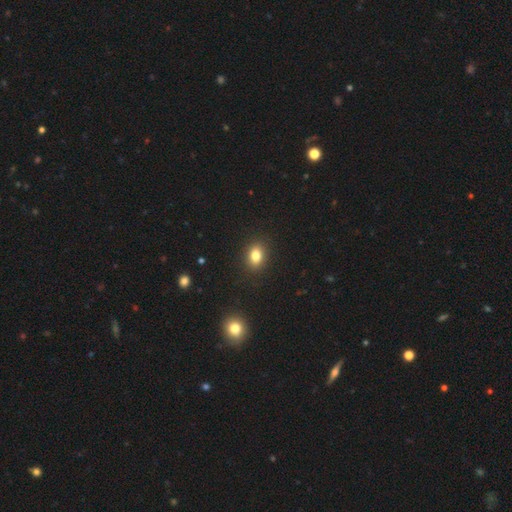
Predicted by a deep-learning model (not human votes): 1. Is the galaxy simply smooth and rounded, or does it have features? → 82% smooth, 11% star or artifact, 7% featured or disk.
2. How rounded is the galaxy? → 66% in between, 33% round, 1% cigar-shaped.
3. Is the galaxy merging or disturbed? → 90% none, 7% minor disturbance, 2% major disturbance, 1% merger.